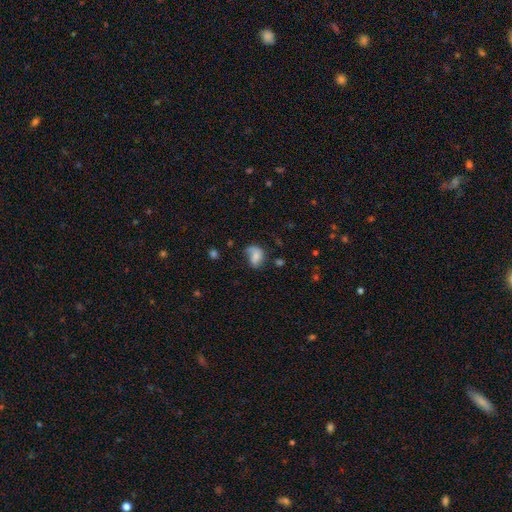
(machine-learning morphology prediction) smooth_or_featured: smooth (p=0.56) [alt: featured or disk p=0.34]
how_rounded: in between (p=0.72) [alt: round p=0.27]
merging: none (p=0.39) [alt: minor disturbance p=0.29]